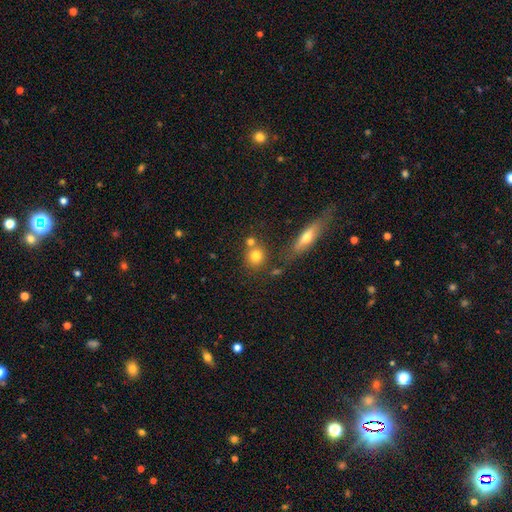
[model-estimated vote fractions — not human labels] smooth_or_featured: smooth (p=0.76) [alt: featured or disk p=0.13]
how_rounded: round (p=0.81) [alt: in between p=0.17]
merging: none (p=0.62) [alt: merger p=0.23]